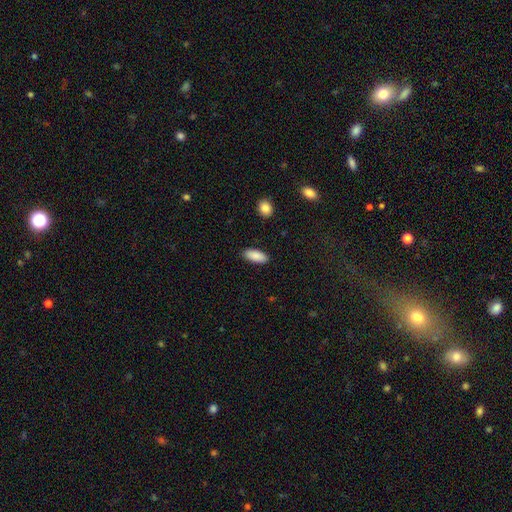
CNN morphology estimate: A smooth galaxy with no disk features (89%) that is in between round and cigar-shaped (85%). Merging: none (89%).